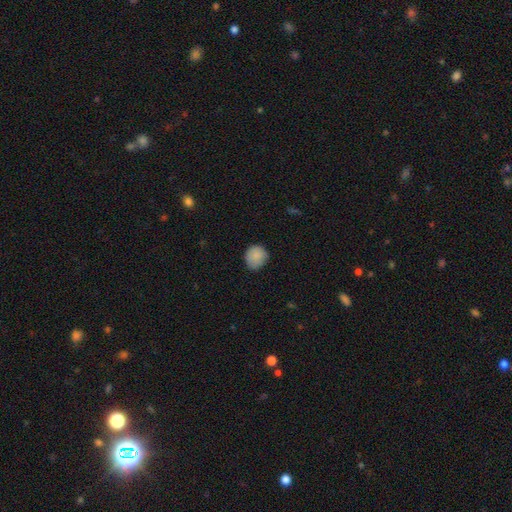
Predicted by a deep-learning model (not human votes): smooth_or_featured: smooth (p=0.87) [alt: star or artifact p=0.08]
how_rounded: round (p=0.85) [alt: in between p=0.14]
merging: none (p=0.75) [alt: minor disturbance p=0.20]